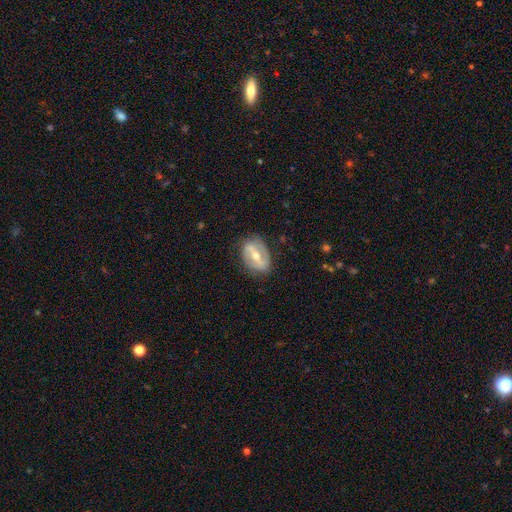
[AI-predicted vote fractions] Smooth or featured?
  - featured or disk: 71% *
  - smooth: 22%
  - star or artifact: 7%
Edge-on disk?
  - no: 92% *
  - yes: 8%
Bar?
  - strong: 56% *
  - weak: 30%
  - no: 14%
Spiral arms?
  - yes: 58% *
  - no: 42%
Bulge size?
  - moderate: 65% *
  - small: 30%
  - large: 3%
  - none: 1%
  - dominant: 1%
Merging?
  - none: 79% *
  - minor disturbance: 15%
  - major disturbance: 5%
  - merger: 1%